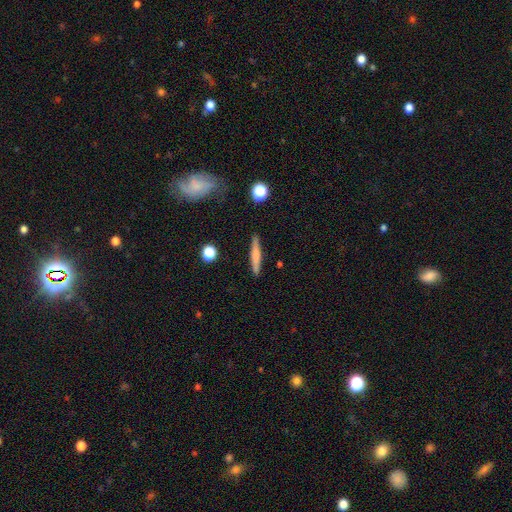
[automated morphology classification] Overall: smooth (60%; featured or disk 33%). How rounded: cigar-shaped (93%). Merging: none (88%).